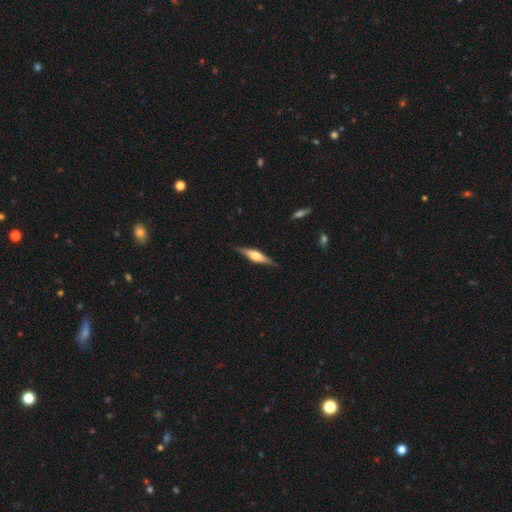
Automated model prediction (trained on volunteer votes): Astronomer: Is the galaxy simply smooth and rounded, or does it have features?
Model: featured or disk — 72%.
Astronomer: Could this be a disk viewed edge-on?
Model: yes — 97%.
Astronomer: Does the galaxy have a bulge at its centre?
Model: rounded — 86%.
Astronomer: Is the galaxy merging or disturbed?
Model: none — 88%.